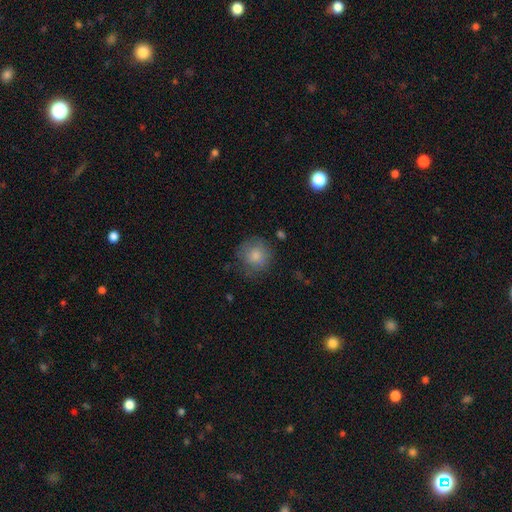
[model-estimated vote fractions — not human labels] The model was most divided on "merging": none: 71%, minor disturbance: 20%, major disturbance: 7%, merger: 2%. More confident: how rounded — round (91%); smooth or featured — smooth (80%).